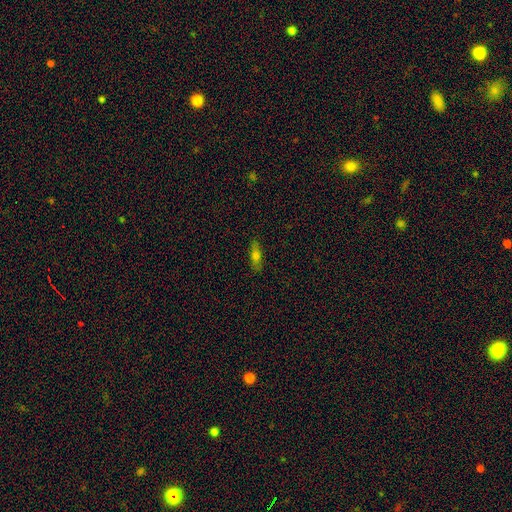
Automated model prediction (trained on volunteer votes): The model was most divided on "how rounded": in between: 58%, cigar-shaped: 38%, round: 4%. More confident: merging — none (85%); smooth or featured — smooth (66%).